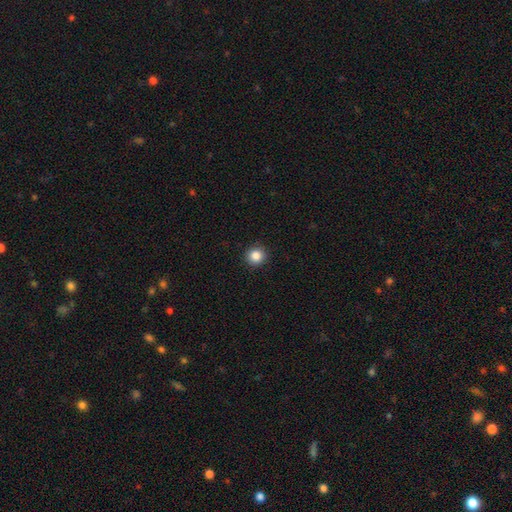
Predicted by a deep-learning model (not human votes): Q: Smooth or featured?
A: smooth (86%); runner-up: star or artifact (10%)
Q: How rounded?
A: round (93%); runner-up: in between (6%)
Q: Merging?
A: none (93%); runner-up: minor disturbance (5%)